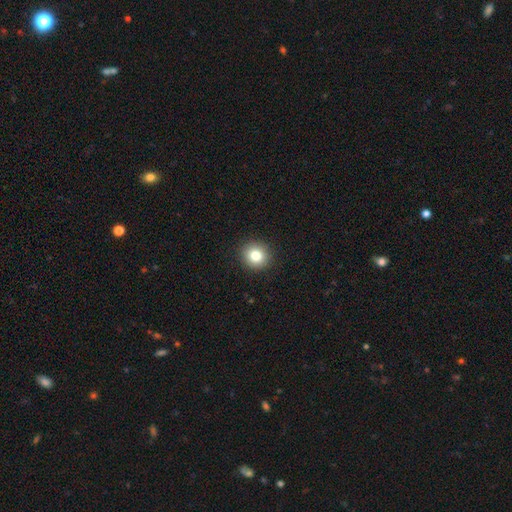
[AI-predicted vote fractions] smooth_or_featured: smooth (p=0.81) [alt: star or artifact p=0.11]
how_rounded: round (p=0.90) [alt: in between p=0.09]
merging: none (p=0.92) [alt: minor disturbance p=0.05]